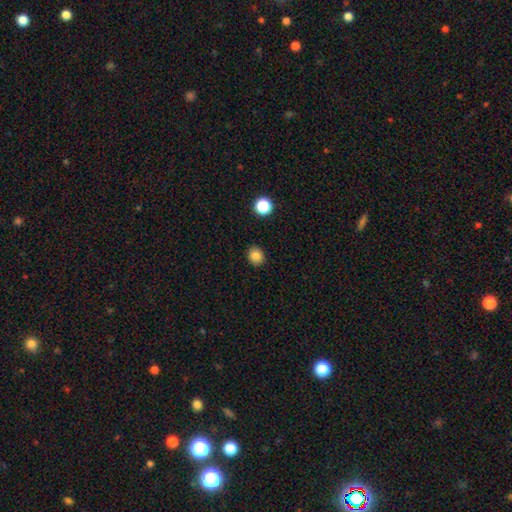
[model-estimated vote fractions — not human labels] Smooth or featured? Predicted: smooth (p=0.84). How rounded? Predicted: round (p=0.67). Merging? Predicted: none (p=0.90).